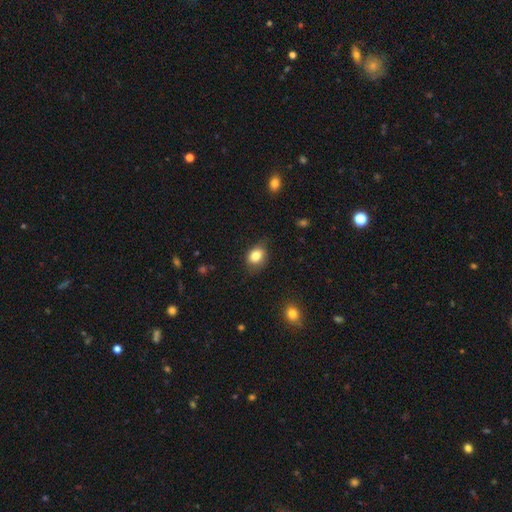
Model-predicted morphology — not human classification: The model was most divided on "how rounded": in between: 61%, round: 38%, cigar-shaped: 1%. More confident: smooth or featured — smooth (82%); merging — none (72%).